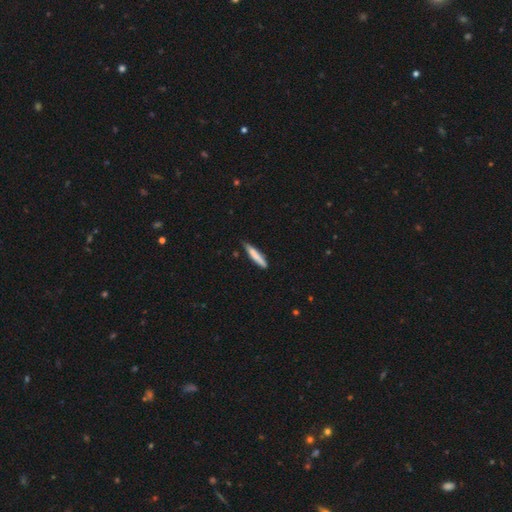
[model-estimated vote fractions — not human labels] Smooth or featured? Predicted: smooth (p=0.77). How rounded? Predicted: cigar-shaped (p=0.91). Merging? Predicted: none (p=0.73).